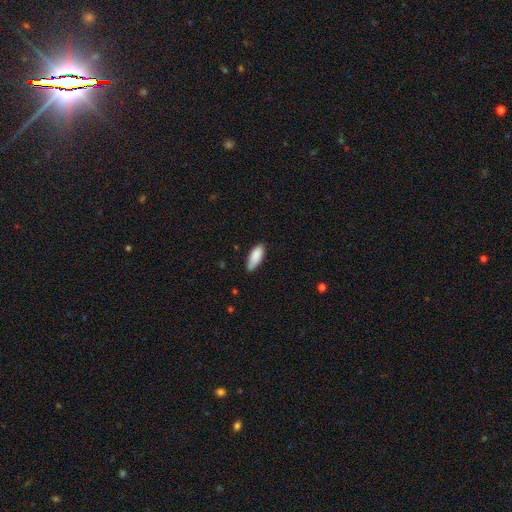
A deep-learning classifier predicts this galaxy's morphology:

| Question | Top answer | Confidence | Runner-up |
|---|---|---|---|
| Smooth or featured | smooth | 88% | featured or disk (6%) |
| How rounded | in between | 77% | cigar-shaped (22%) |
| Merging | none | 72% | minor disturbance (23%) |